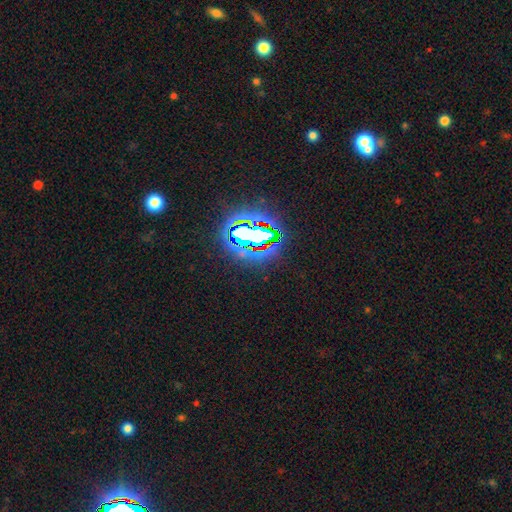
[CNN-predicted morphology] smooth-or-featured: star or artifact: 84% | smooth: 9% | featured or disk: 7%